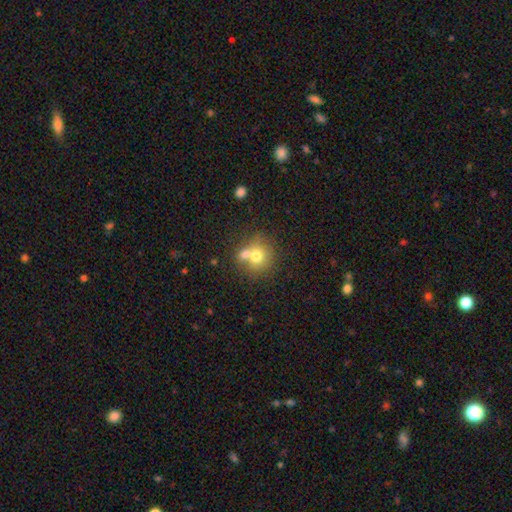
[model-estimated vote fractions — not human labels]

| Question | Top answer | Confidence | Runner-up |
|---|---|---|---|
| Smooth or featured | smooth | 71% | featured or disk (18%) |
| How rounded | round | 75% | in between (24%) |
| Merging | merger | 44% | none (42%) |